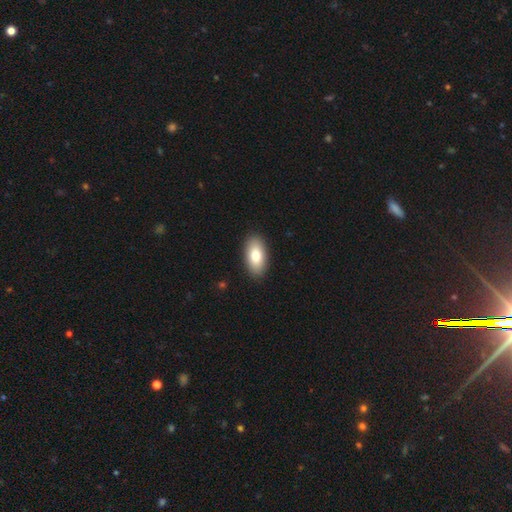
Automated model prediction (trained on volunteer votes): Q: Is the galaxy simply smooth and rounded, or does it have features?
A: smooth — 80%.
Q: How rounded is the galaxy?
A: in between — 93%.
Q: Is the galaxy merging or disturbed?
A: none — 90%.